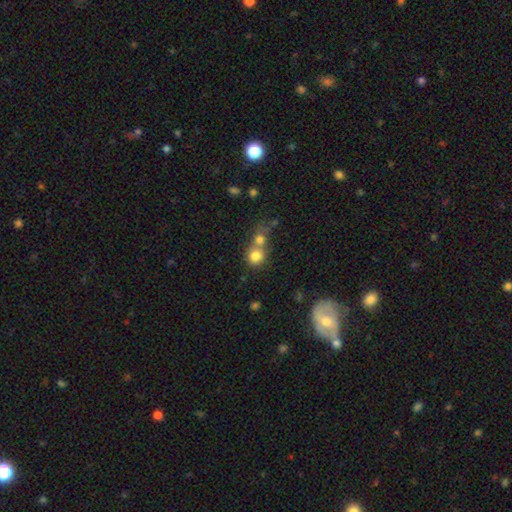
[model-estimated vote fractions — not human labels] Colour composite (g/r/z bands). It shows a smooth galaxy with no disk features (78%) that is round (83%). Merging: merger (55%).